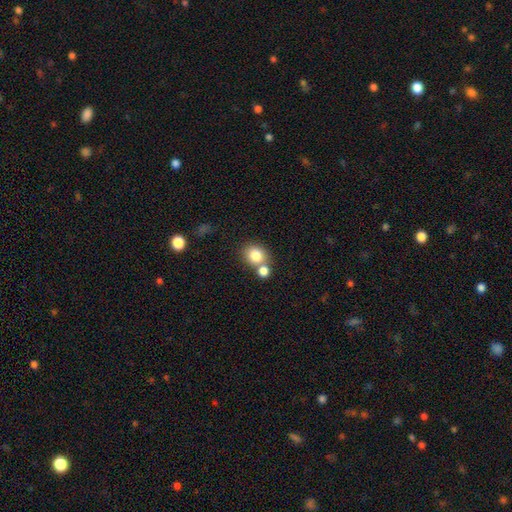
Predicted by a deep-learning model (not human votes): Smooth or featured: smooth — 82% (star or artifact — 10%)
How rounded: round — 71% (in between — 28%)
Merging: none — 54% (merger — 33%)